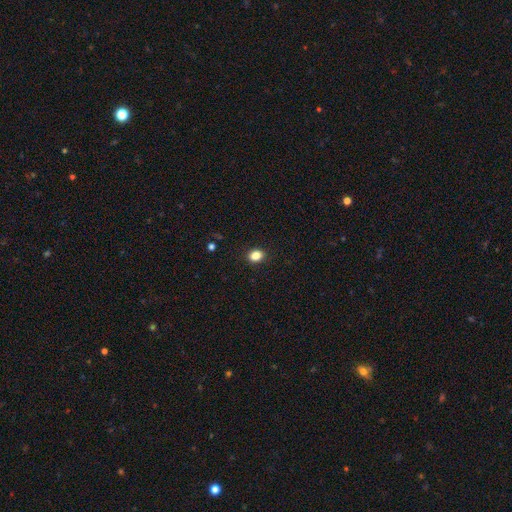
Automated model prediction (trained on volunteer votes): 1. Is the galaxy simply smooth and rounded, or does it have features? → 85% smooth, 11% star or artifact, 4% featured or disk.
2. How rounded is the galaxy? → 50% in between, 49% round, 1% cigar-shaped.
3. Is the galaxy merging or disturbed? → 90% none, 7% minor disturbance, 2% major disturbance, 1% merger.